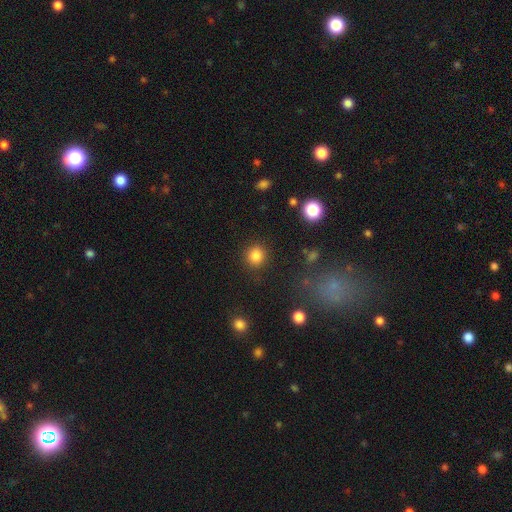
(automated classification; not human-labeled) This is clearly a smooth galaxy (84%). How rounded: clearly round (89%). Merging: clearly none (88%).